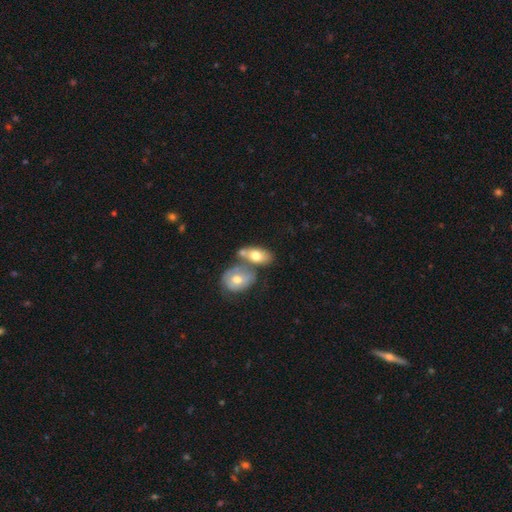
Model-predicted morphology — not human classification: A smooth galaxy with no disk features (66%) that is in between round and cigar-shaped (86%). Merging: merger (53%).